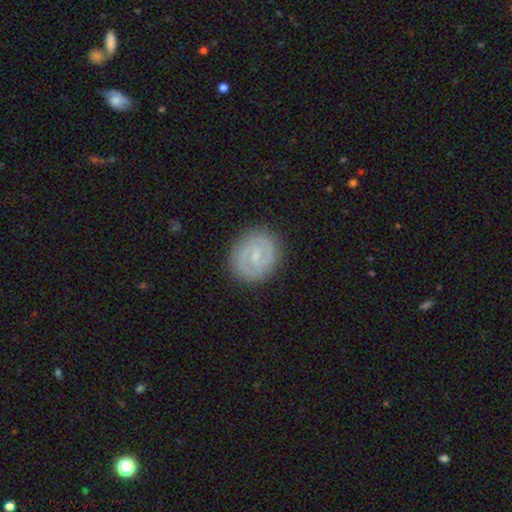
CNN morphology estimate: Overall: featured or disk (75%). Edge-on disk: no (97%). Bar: weak (49%; no 34%). Spiral arms: yes (88%). Spiral arm count: 2 (82%). Spiral winding: tight (60%; medium 32%). Bulge size: small (72%). Merging: none (87%).